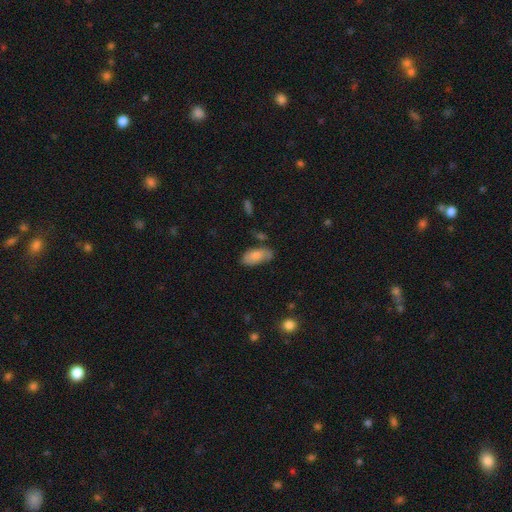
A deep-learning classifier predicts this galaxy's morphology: A smooth galaxy with no disk features (71%) that is in between round and cigar-shaped (91%).

Vote fractions:
- Smooth or featured? smooth: 71% / featured or disk: 22% / star or artifact: 7%
- How rounded? in between: 91% / cigar-shaped: 6% / round: 3%
- Merging? none: 62% / minor disturbance: 26% / major disturbance: 7% / merger: 4%